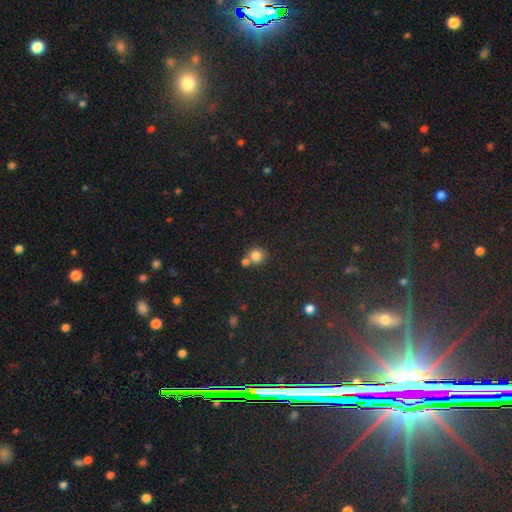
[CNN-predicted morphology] This appears to be a smooth galaxy with no disk features (81%) that is round (86%). Merging: none (51%).